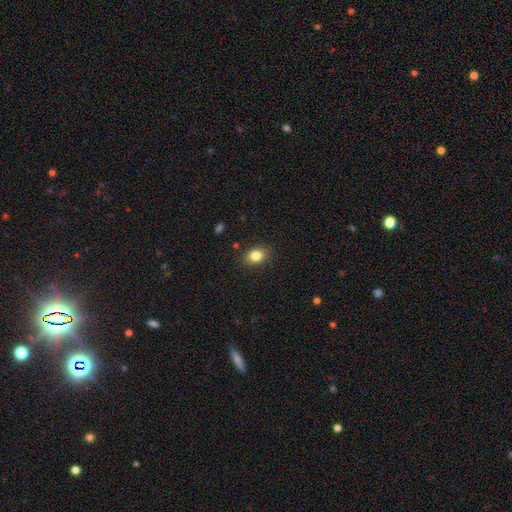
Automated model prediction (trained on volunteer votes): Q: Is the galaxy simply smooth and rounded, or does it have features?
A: smooth — 83%.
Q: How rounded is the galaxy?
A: in between — 69%.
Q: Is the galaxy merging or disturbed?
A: none — 85%.